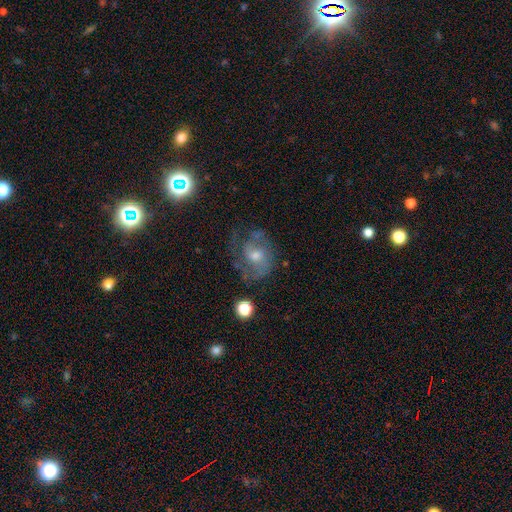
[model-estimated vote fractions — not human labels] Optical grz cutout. It shows a featured or disk galaxy (68%) with no bar (62%), 2 (41%) medium (45%) spiral arms (83%) and a moderate central bulge (54%). Merging: none (57%).